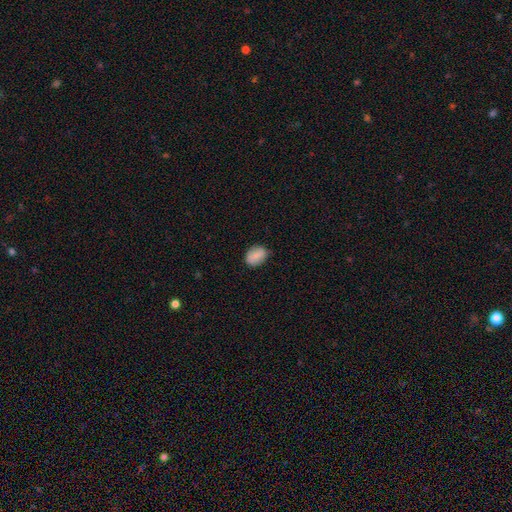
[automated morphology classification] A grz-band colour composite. It shows a smooth galaxy with no disk features (84%) that is in between round and cigar-shaped (73%). Merging: none (79%).